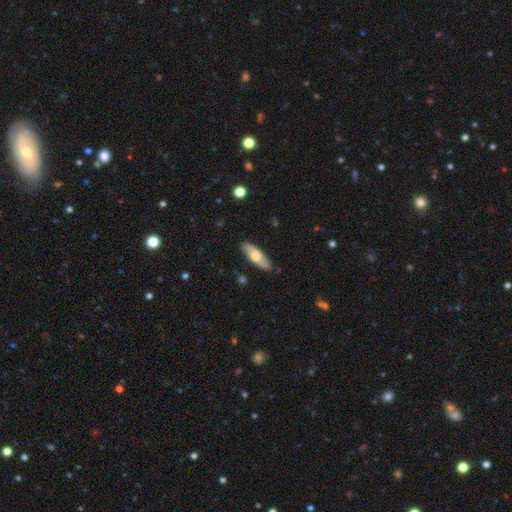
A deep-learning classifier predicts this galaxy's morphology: Smooth or featured? smooth (58%)
How rounded? in between (58%)
Merging? none (87%)